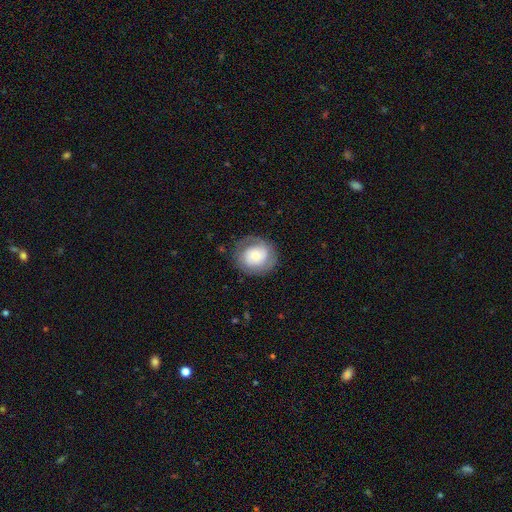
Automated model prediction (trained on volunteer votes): Overall: featured or disk (51%; smooth 42%). Edge-on disk: no (97%). Merging: none (76%).